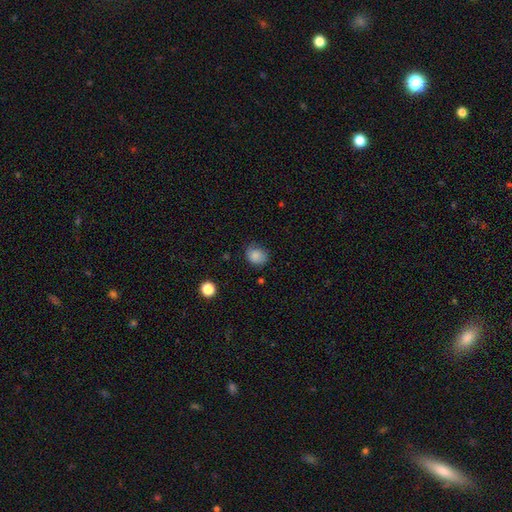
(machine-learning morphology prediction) smooth 85%, star or artifact 10%, featured or disk 6%. Down the decision tree: how rounded — round (61%); merging — none (67%).